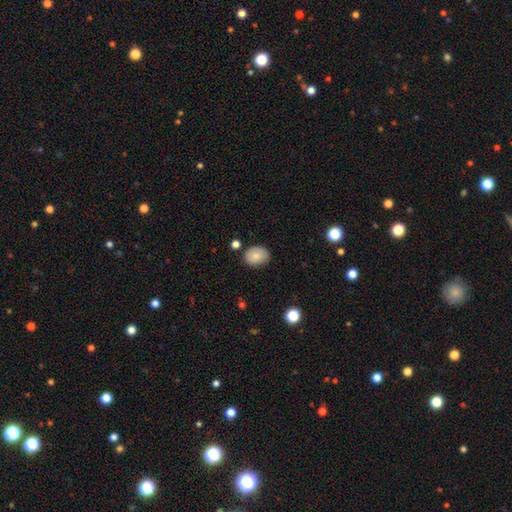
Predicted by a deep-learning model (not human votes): Smooth or featured? Predicted: smooth (p=0.83). How rounded? Predicted: in between (p=0.66). Merging? Predicted: none (p=0.78).